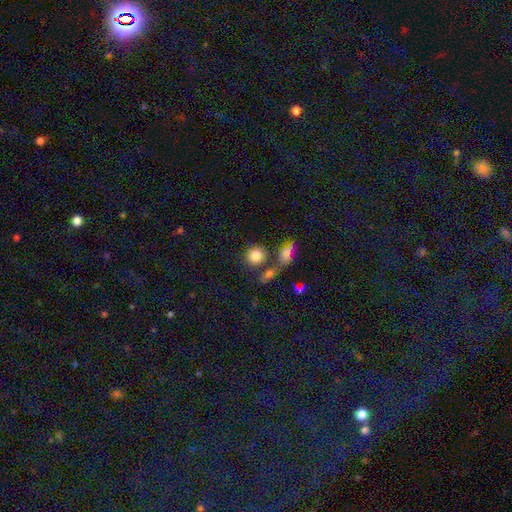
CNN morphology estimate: This appears to be a smooth galaxy with no disk features (82%) that is round (76%). Merging: none (67%).